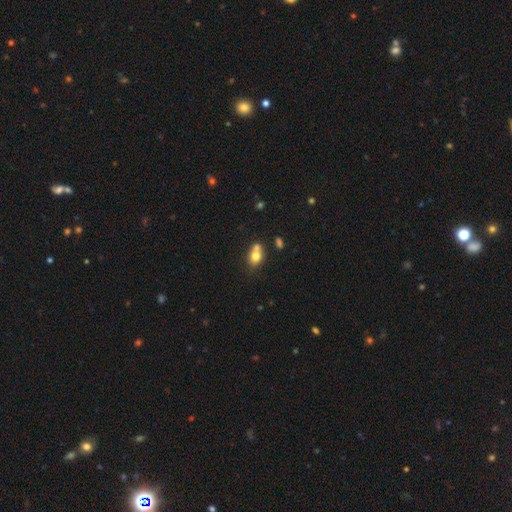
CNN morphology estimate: Smooth or featured: smooth — 74% (featured or disk — 15%)
How rounded: in between — 52% (round — 47%)
Merging: merger — 43% (none — 40%)